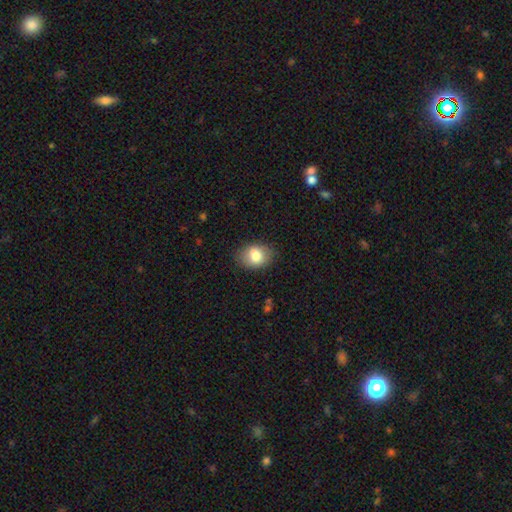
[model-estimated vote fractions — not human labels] smooth-or-featured: smooth: 80% | featured or disk: 12% | star or artifact: 8%
  how-rounded: in between: 69% | round: 30% | cigar-shaped: 1%
  merging: none: 81% | minor disturbance: 14% | major disturbance: 4% | merger: 1%